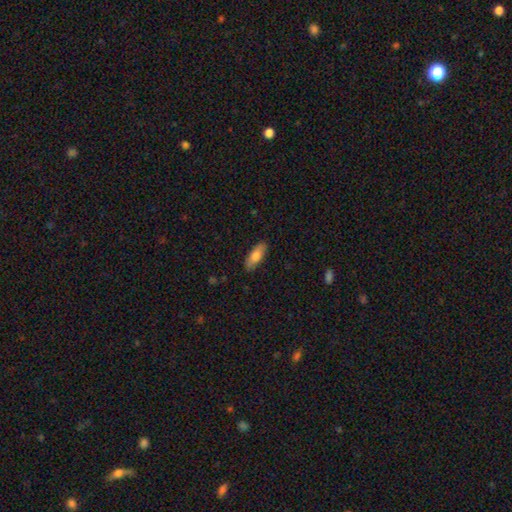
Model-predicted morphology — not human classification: Smooth or featured: smooth — 78% (featured or disk — 16%)
How rounded: in between — 71% (cigar-shaped — 27%)
Merging: none — 87% (minor disturbance — 10%)